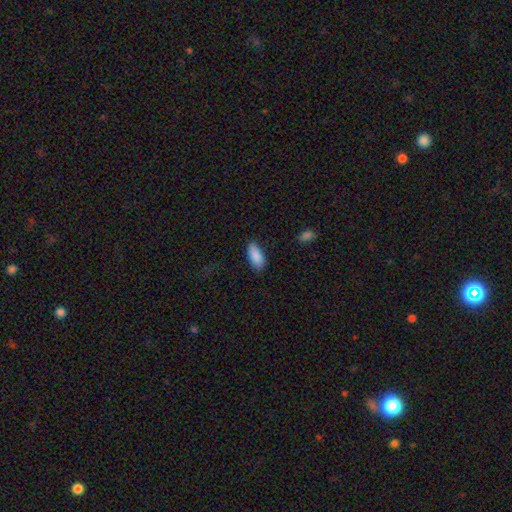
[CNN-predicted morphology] Smooth or featured?
  - smooth: 90% *
  - star or artifact: 6%
  - featured or disk: 4%
How rounded?
  - in between: 86% *
  - cigar-shaped: 12%
  - round: 2%
Merging?
  - none: 83% *
  - minor disturbance: 13%
  - major disturbance: 3%
  - merger: 1%